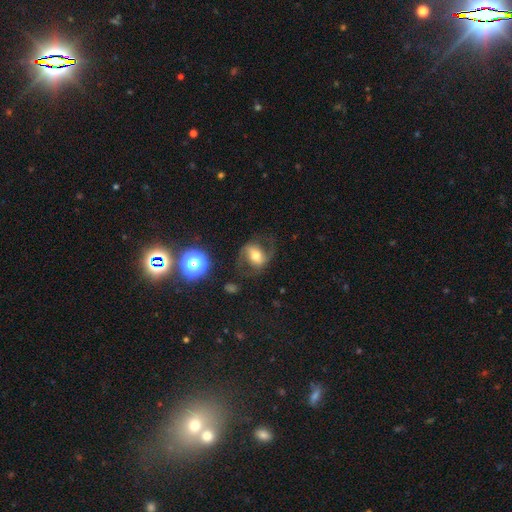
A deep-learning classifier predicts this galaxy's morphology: Smooth or featured?
  - featured or disk: 62% *
  - smooth: 27%
  - star or artifact: 11%
Edge-on disk?
  - no: 96% *
  - yes: 4%
Bar?
  - weak: 37% *
  - strong: 35%
  - no: 28%
Spiral arms?
  - yes: 87% *
  - no: 13%
Spiral winding?
  - medium: 44% * (tied)
  - loose: 44% * (tied)
  - tight: 13%
Spiral arm count?
  - 2: 87% *
  - can't tell: 6%
  - 1: 4%
  - 3: 1%
  - 4: 1%
  - more than 4: 1%
Bulge size?
  - moderate: 63% *
  - large: 17%
  - small: 16%
  - dominant: 3%
  - none: 2%
Merging?
  - none: 63% *
  - minor disturbance: 18%
  - major disturbance: 17%
  - merger: 2%